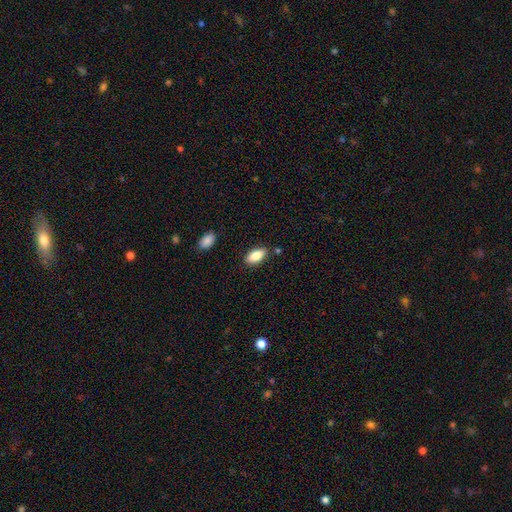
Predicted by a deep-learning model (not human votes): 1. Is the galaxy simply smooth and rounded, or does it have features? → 85% smooth, 8% featured or disk, 7% star or artifact.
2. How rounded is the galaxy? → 90% in between, 8% cigar-shaped, 3% round.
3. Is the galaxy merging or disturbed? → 84% none, 11% minor disturbance, 3% merger, 2% major disturbance.